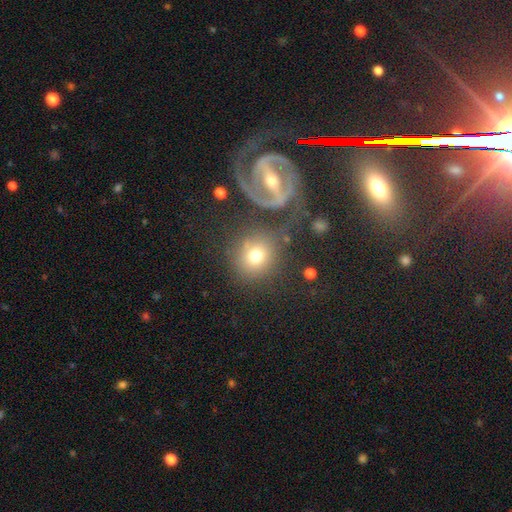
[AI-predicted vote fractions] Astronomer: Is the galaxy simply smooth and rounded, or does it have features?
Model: smooth — 70%.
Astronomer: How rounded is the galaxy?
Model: round — 84%.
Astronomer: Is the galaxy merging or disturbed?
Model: none — 63%.